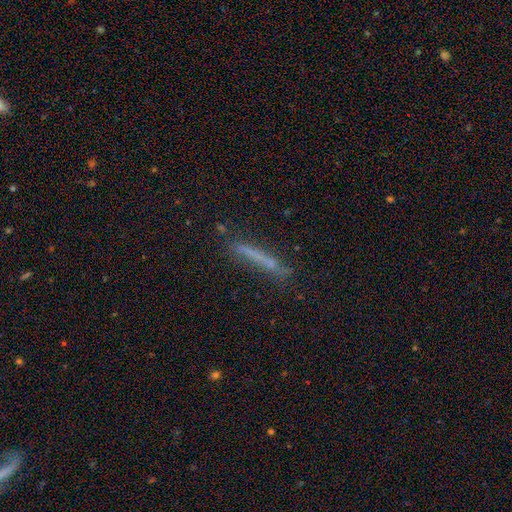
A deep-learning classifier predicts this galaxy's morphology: type=smooth (54%); roundness=cigar-shaped (95%); merging=none (73%).